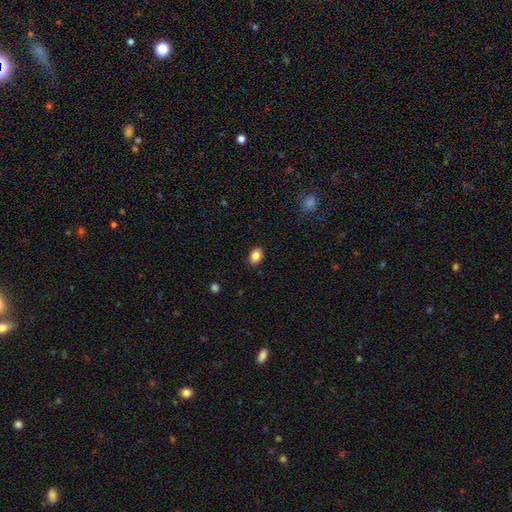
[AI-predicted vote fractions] A smooth galaxy with no disk features (86%) that is in between round and cigar-shaped (78%). Merging: none (88%).